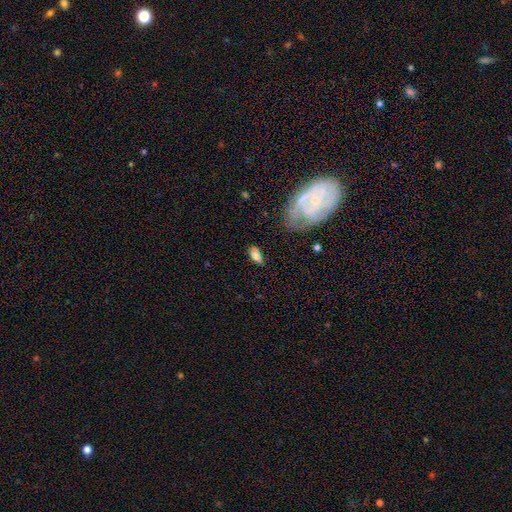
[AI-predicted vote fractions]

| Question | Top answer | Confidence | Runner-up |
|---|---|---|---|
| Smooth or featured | smooth | 73% | featured or disk (19%) |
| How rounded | in between | 88% | cigar-shaped (7%) |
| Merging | none | 76% | minor disturbance (17%) |